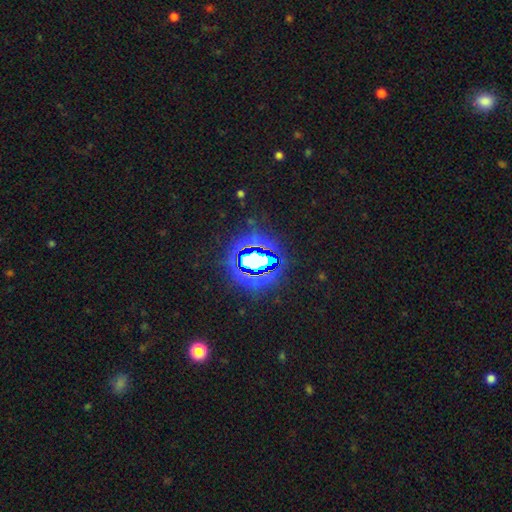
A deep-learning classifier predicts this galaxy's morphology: star or artifact 78%, smooth 12%, featured or disk 10%.